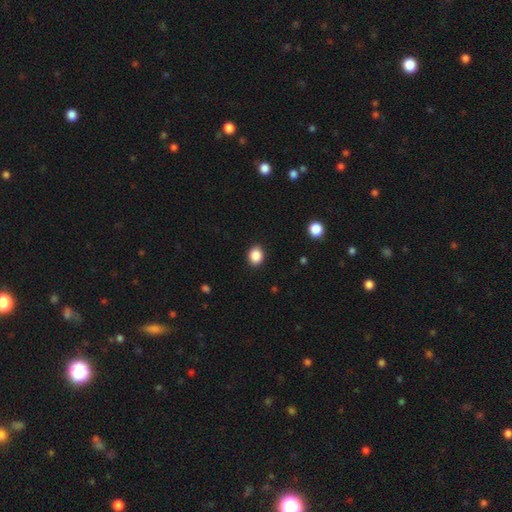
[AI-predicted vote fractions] A smooth galaxy with no disk features (88%) that is round (54%). Merging: none (90%).